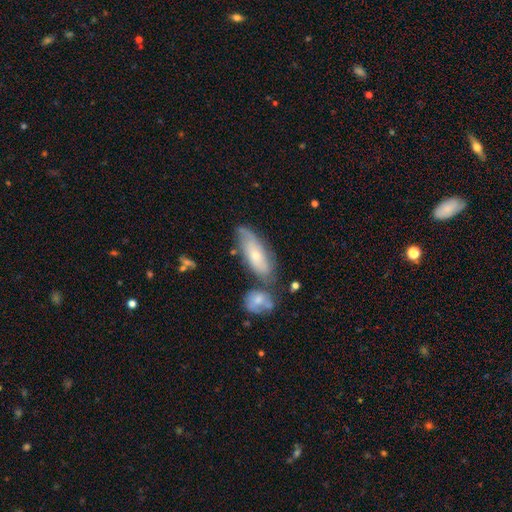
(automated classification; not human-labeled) Overall: smooth (49%; featured or disk 44%). Merging: none (51%; minor disturbance 22%).